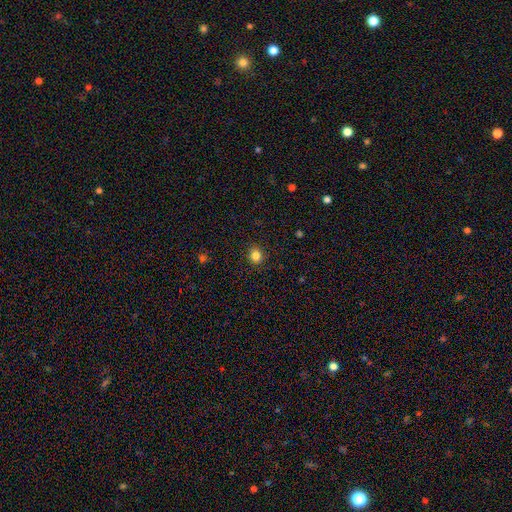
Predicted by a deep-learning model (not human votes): smooth_or_featured: smooth (p=0.84) [alt: star or artifact p=0.12]
how_rounded: round (p=0.73) [alt: in between p=0.26]
merging: none (p=0.89) [alt: minor disturbance p=0.07]